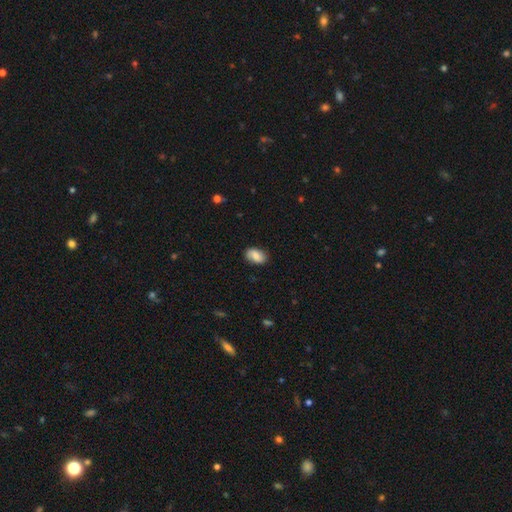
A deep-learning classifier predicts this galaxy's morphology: Smooth or featured?
  - smooth: 76% *
  - featured or disk: 17%
  - star or artifact: 7%
How rounded?
  - in between: 88% *
  - round: 11%
  - cigar-shaped: 2%
Merging?
  - none: 83% *
  - minor disturbance: 13%
  - major disturbance: 3%
  - merger: 1%